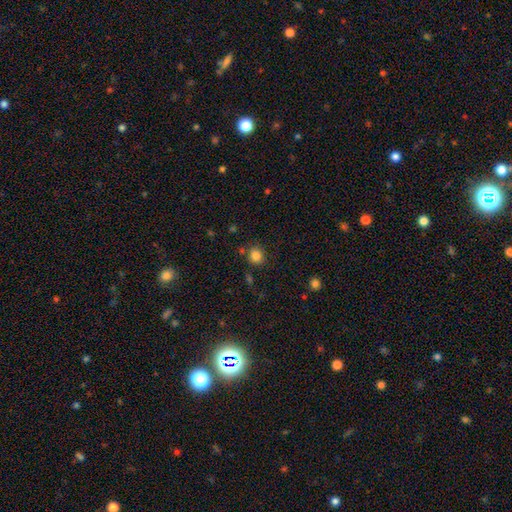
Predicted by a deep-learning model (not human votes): Q: Smooth or featured?
A: smooth (83%); runner-up: star or artifact (12%)
Q: How rounded?
A: round (86%); runner-up: in between (13%)
Q: Merging?
A: none (81%); runner-up: minor disturbance (10%)